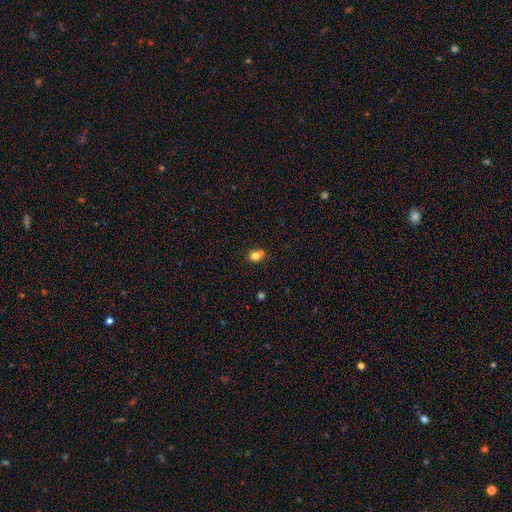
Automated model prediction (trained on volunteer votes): Smooth or featured? Predicted: smooth (p=0.76). How rounded? Predicted: round (p=0.78). Merging? Predicted: merger (p=0.51).